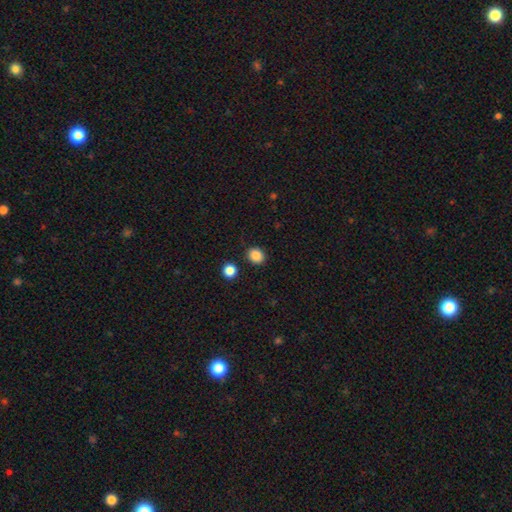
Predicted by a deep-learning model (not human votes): Overall: smooth (86%). How rounded: round (73%). Merging: none (87%).